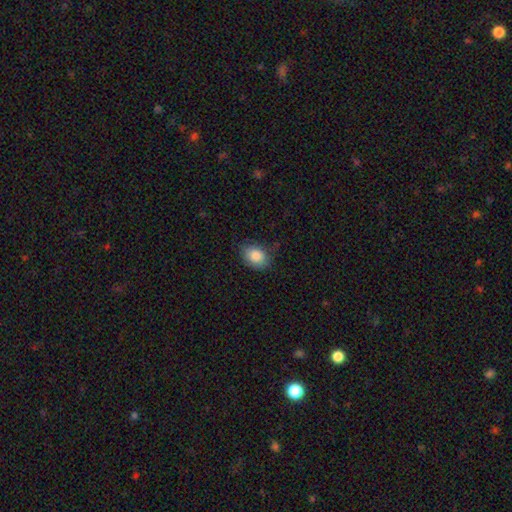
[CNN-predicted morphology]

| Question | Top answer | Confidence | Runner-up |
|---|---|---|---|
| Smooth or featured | smooth | 85% | star or artifact (8%) |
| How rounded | in between | 73% | round (26%) |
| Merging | none | 75% | minor disturbance (20%) |